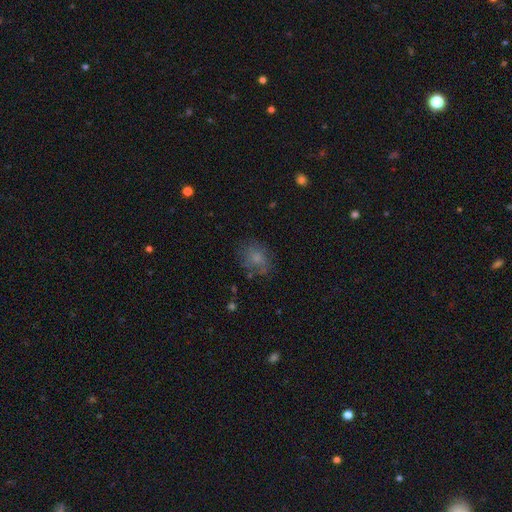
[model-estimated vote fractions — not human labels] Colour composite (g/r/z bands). It shows a smooth galaxy with no disk features (57%) that is round (53%). Merging: none (70%).